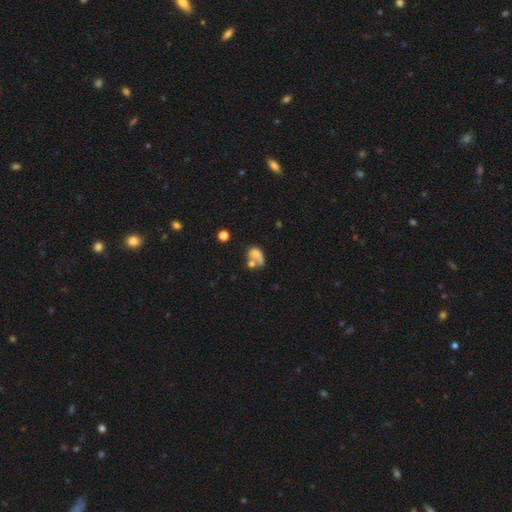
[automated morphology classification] A smooth galaxy with no disk features (61%) that is in between round and cigar-shaped (74%).

Vote fractions:
- Smooth or featured? smooth: 61% / featured or disk: 27% / star or artifact: 13%
- How rounded? in between: 74% / round: 24% / cigar-shaped: 3%
- Merging? merger: 49% / none: 21% / major disturbance: 18% / minor disturbance: 12%